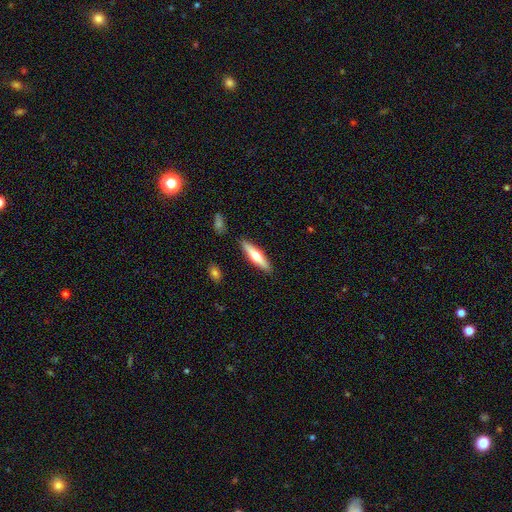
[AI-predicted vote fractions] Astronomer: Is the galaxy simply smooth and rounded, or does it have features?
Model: smooth — 48% (runner-up: featured or disk, 46%).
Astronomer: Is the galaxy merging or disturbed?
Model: none — 88%.